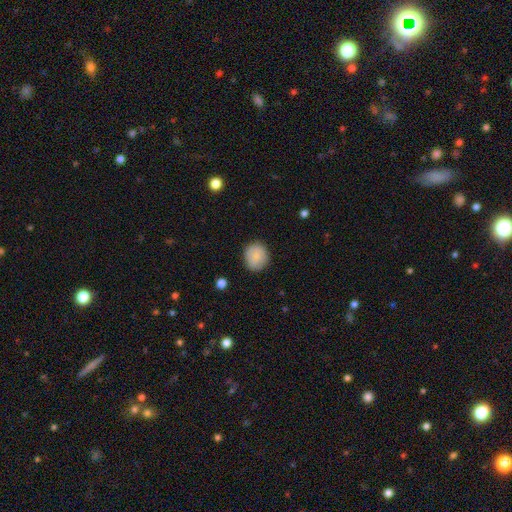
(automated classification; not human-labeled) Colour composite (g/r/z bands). It shows a smooth galaxy with no disk features (84%) that is round (78%). Merging: none (84%).